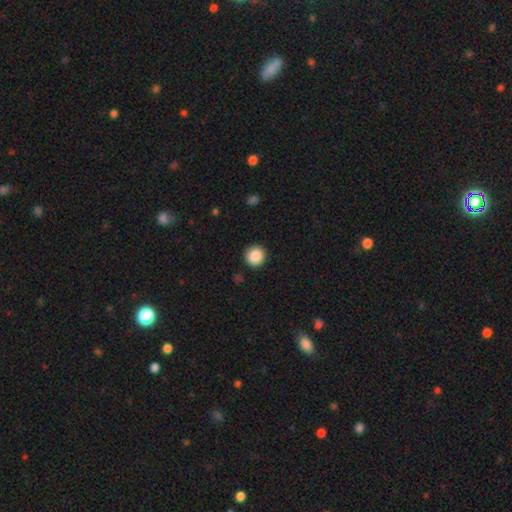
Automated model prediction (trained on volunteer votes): A smooth galaxy with no disk features (88%) that is round (94%). Merging: none (91%).